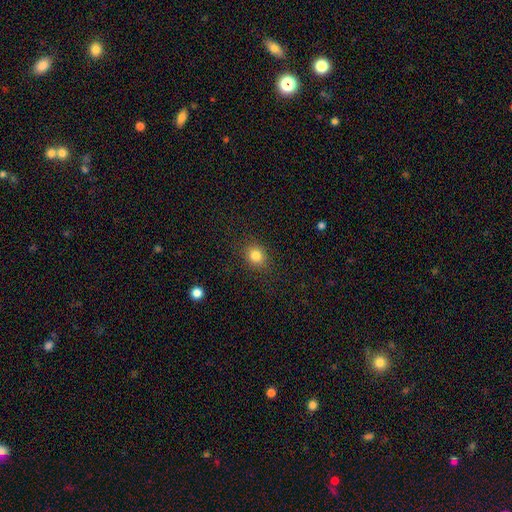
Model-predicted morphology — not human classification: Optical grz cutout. It shows a smooth galaxy with no disk features (83%) that is round (68%). Merging: none (86%).